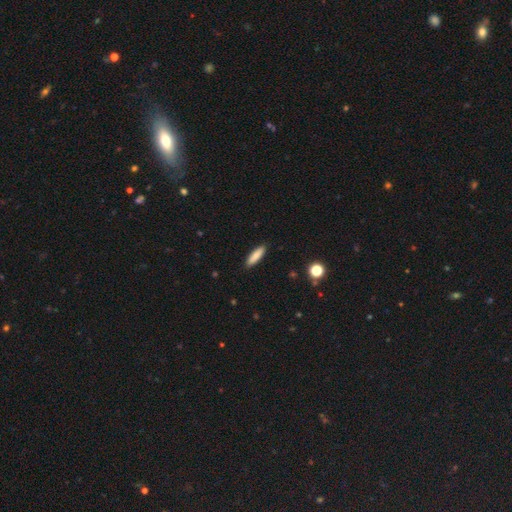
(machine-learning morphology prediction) type=smooth (84%); roundness=cigar-shaped (67%); merging=none (90%).